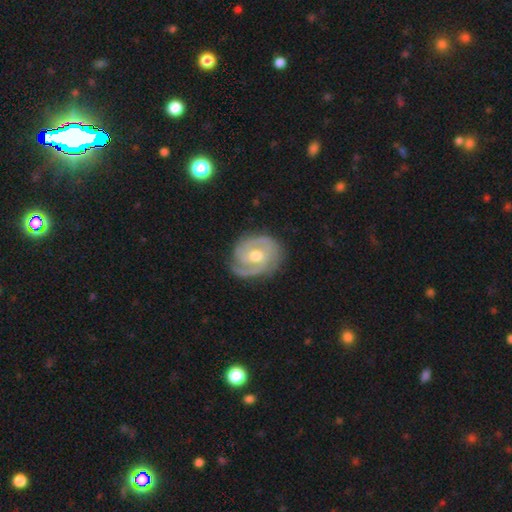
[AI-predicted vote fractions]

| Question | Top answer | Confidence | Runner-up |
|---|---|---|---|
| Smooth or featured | featured or disk | 88% | smooth (7%) |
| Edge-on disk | no | 98% | yes (2%) |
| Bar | no | 55% | weak (36%) |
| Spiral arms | yes | 96% | no (4%) |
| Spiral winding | tight | 58% | medium (35%) |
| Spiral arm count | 2 | 52% | 3 (23%) |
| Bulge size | moderate | 75% | small (20%) |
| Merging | none | 77% | minor disturbance (17%) |